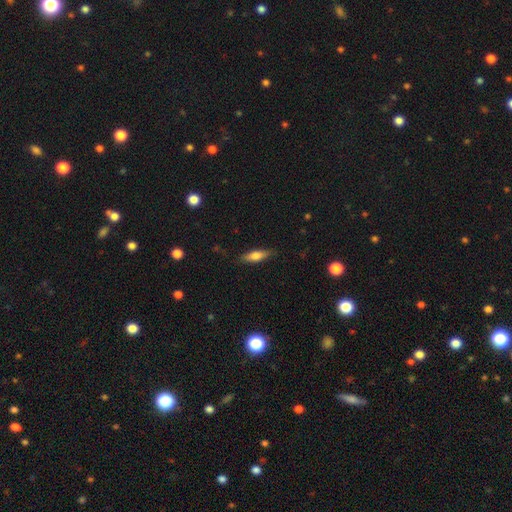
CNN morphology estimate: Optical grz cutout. It shows a smooth galaxy with no disk features (64%) that is cigar-shaped (56%). Merging: none (83%).